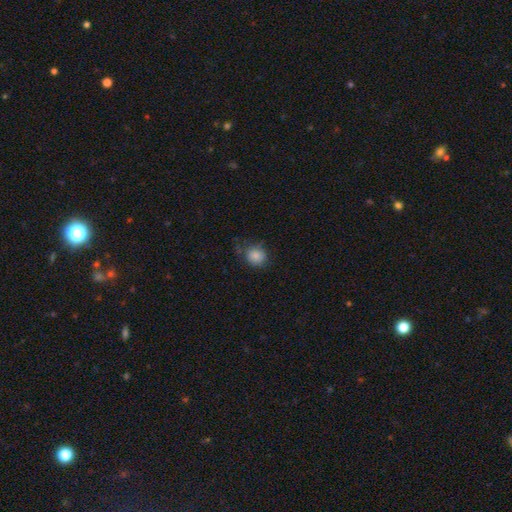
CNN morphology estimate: Overall: smooth (86%). How rounded: round (83%). Merging: none (72%).